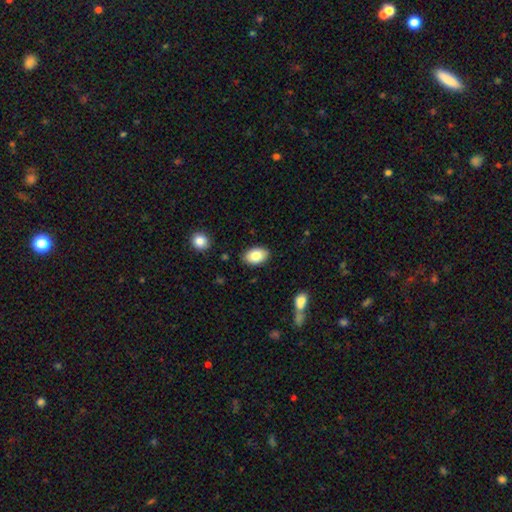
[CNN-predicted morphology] This appears to be a smooth galaxy with no disk features (83%) that is in between round and cigar-shaped (90%). Merging: none (87%).